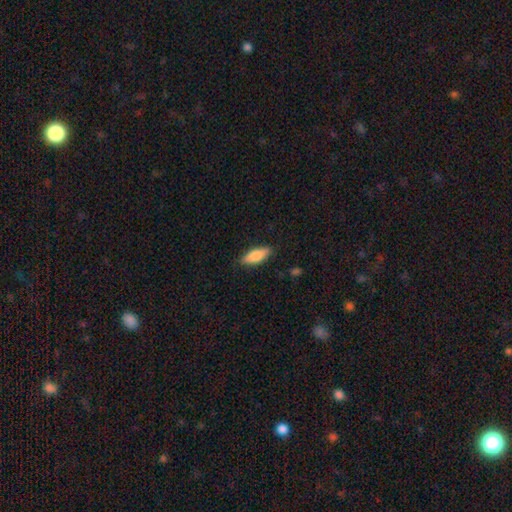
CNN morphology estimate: smooth-or-featured: smooth: 76% | featured or disk: 18% | star or artifact: 6%
  how-rounded: in between: 65% | cigar-shaped: 33% | round: 2%
  merging: none: 86% | minor disturbance: 11% | major disturbance: 2% | merger: 1%